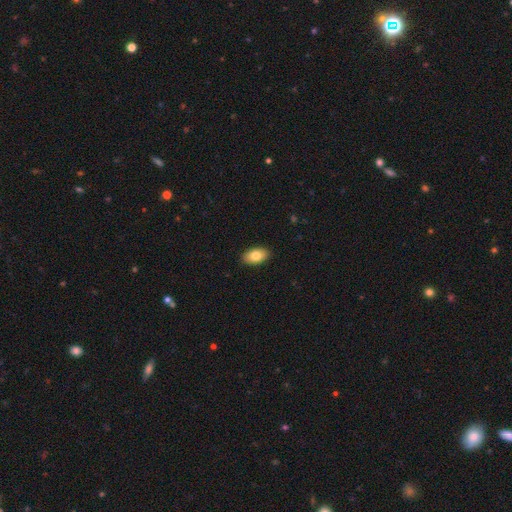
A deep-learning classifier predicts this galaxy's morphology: Smooth or featured?
  - smooth: 80% *
  - featured or disk: 13%
  - star or artifact: 7%
How rounded?
  - in between: 93% *
  - round: 5%
  - cigar-shaped: 2%
Merging?
  - none: 90% *
  - minor disturbance: 7%
  - major disturbance: 2%
  - merger: 1%